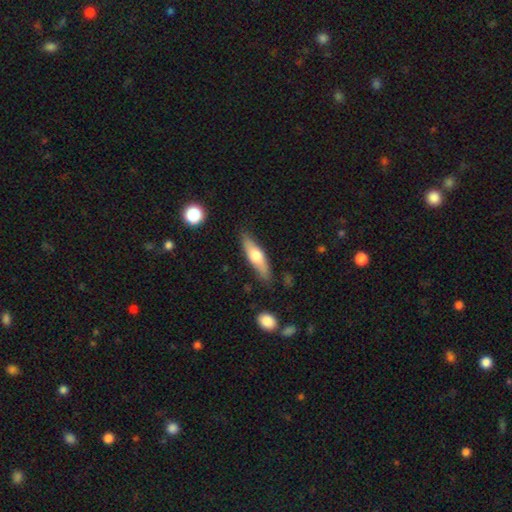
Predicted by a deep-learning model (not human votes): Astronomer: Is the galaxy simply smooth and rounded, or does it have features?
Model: smooth — 53% (runner-up: featured or disk, 41%).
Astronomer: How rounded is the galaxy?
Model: cigar-shaped — 64%.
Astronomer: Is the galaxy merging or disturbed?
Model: none — 81%.